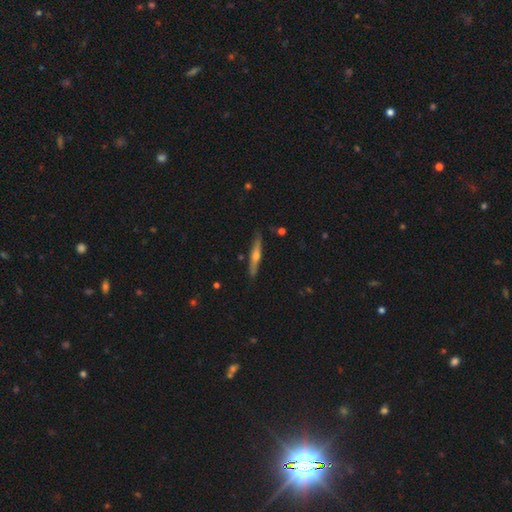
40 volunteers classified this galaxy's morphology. smooth-or-featured: featured or disk: 78% | smooth: 20% | star or artifact: 2%
  disk-edge-on: yes: 100% | no: 0%
    edge-on-bulge: rounded: 94% | boxy: 6% | none: 0%
  merging: none: 87% | minor disturbance: 13% | major disturbance: 0% | merger: 0%